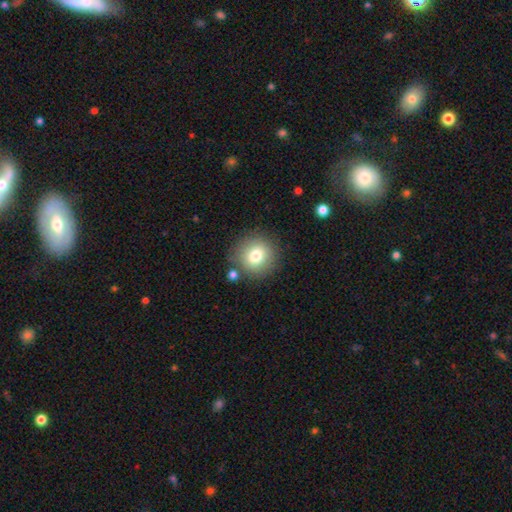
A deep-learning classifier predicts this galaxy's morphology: Overall: smooth (78%). How rounded: round (92%). Merging: none (83%).